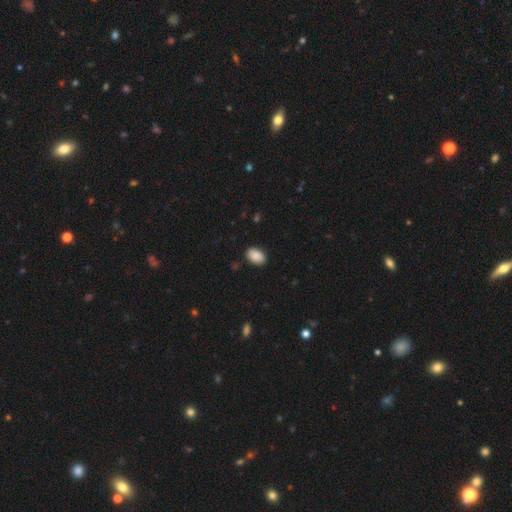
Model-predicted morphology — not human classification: Q: Smooth or featured?
A: smooth (90%); runner-up: star or artifact (7%)
Q: How rounded?
A: in between (89%); runner-up: round (10%)
Q: Merging?
A: none (88%); runner-up: minor disturbance (9%)